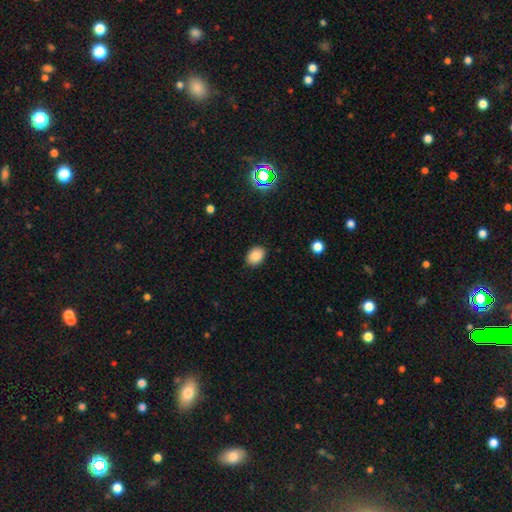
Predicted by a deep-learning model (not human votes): Smooth or featured? smooth (86%)
How rounded? in between (69%)
Merging? none (88%)